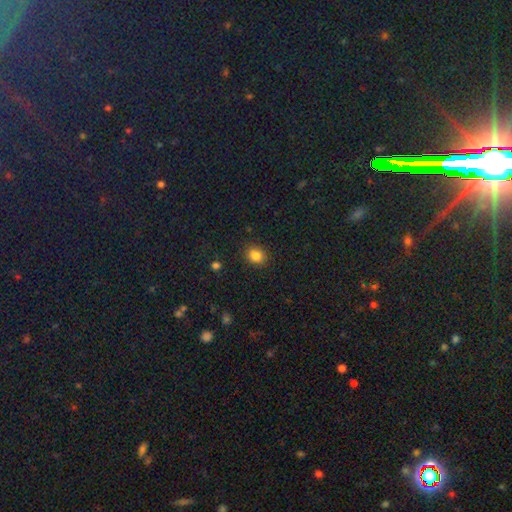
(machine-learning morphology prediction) type=smooth (83%); roundness=round (71%); merging=none (89%).